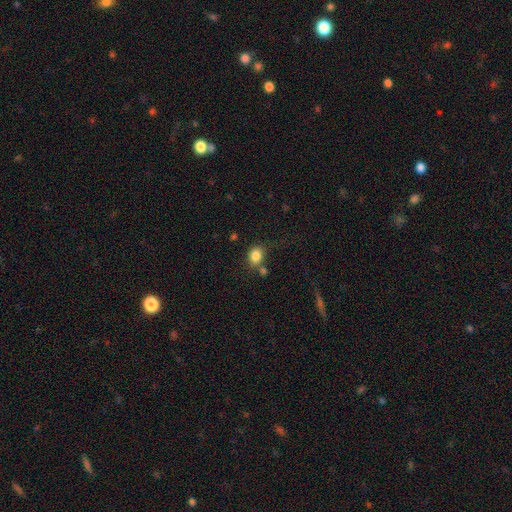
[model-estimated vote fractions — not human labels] Overall: smooth (83%). How rounded: round (52%; in between 47%). Merging: none (62%).